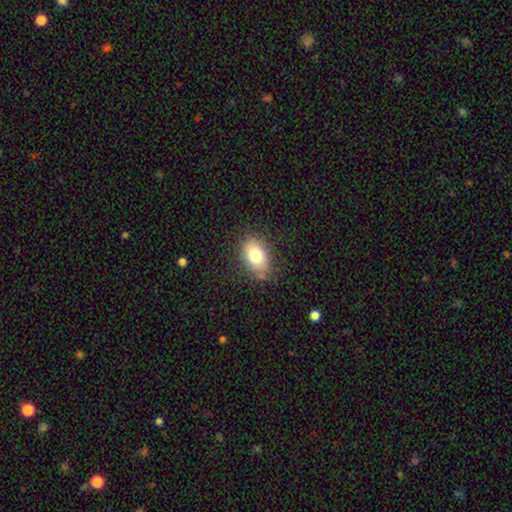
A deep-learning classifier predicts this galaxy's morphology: smooth_or_featured: smooth (p=0.78) [alt: featured or disk p=0.13]
how_rounded: in between (p=0.82) [alt: round p=0.16]
merging: none (p=0.80) [alt: minor disturbance p=0.15]